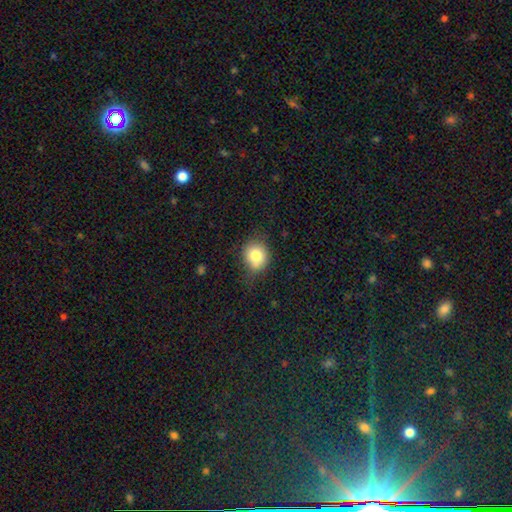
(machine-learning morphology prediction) This appears to be a smooth galaxy with no disk features (78%) that is round (75%). Merging: none (65%).